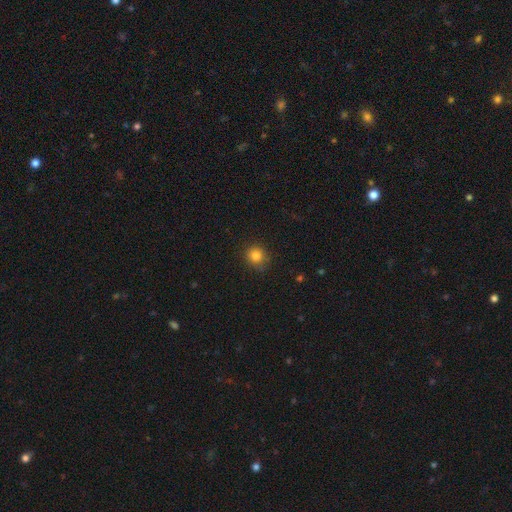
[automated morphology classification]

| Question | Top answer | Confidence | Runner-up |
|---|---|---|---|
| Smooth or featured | smooth | 83% | star or artifact (12%) |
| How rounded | round | 88% | in between (11%) |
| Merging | none | 83% | minor disturbance (13%) |